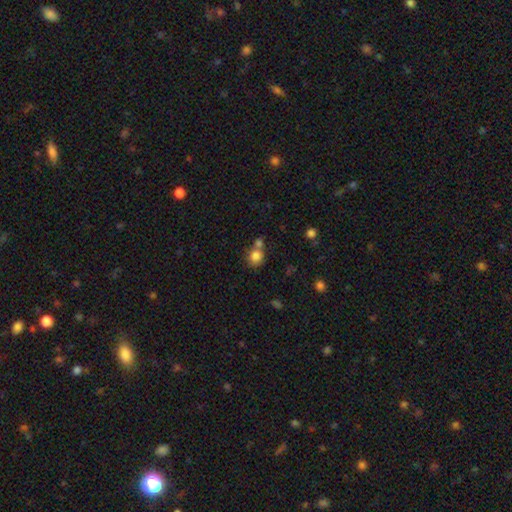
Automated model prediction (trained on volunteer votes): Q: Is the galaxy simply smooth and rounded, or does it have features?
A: smooth — 82%.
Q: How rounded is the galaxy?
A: round — 82%.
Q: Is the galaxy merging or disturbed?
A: none — 51%.